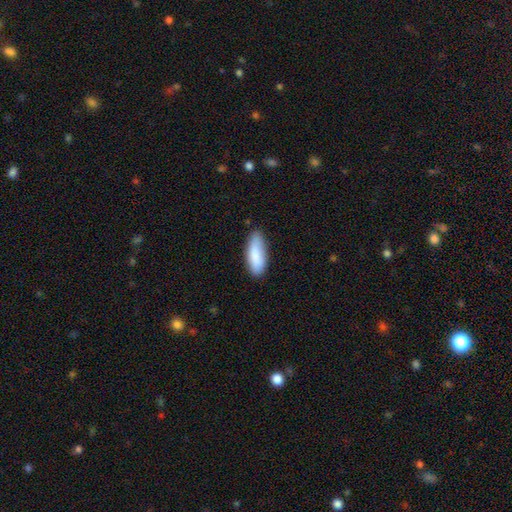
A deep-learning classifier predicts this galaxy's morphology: This appears to be a smooth galaxy with no disk features (86%) that is in between round and cigar-shaped (71%). Merging: none (78%).